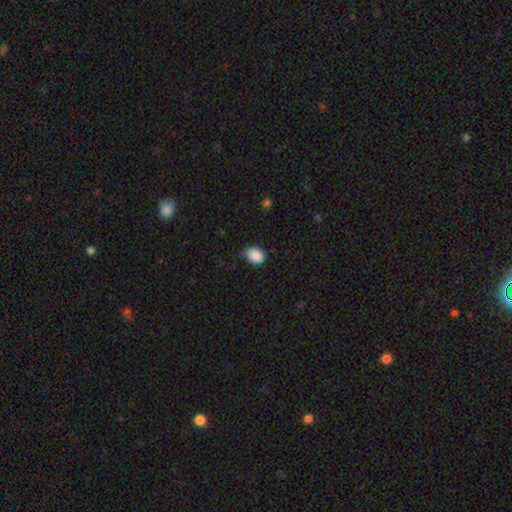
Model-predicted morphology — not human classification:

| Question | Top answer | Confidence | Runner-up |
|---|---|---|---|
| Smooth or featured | smooth | 89% | star or artifact (8%) |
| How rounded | in between | 73% | round (26%) |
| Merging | none | 77% | minor disturbance (19%) |